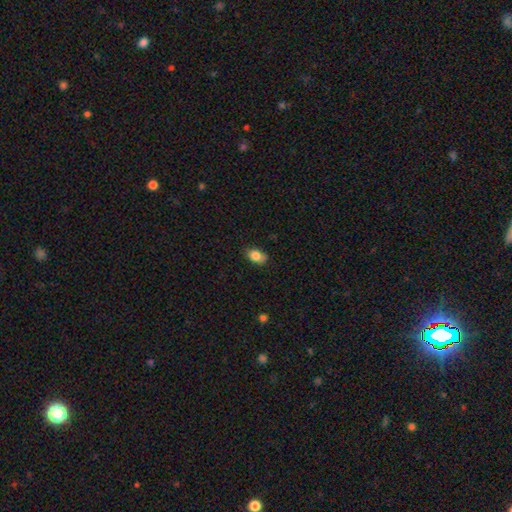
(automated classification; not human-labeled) Smooth or featured: smooth — 84% (star or artifact — 8%)
How rounded: in between — 85% (round — 13%)
Merging: none — 80% (minor disturbance — 16%)